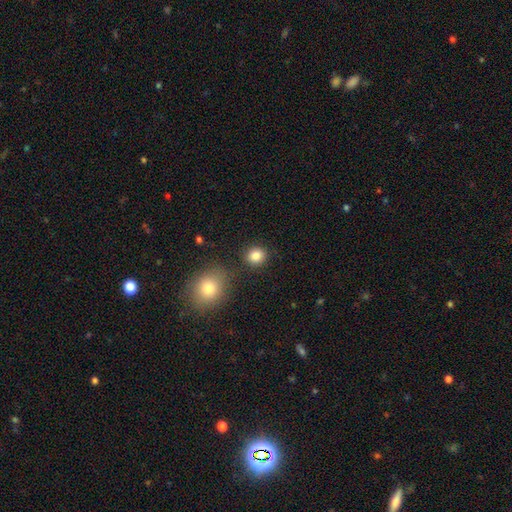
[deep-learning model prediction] Smooth or featured? smooth (85%)
How rounded? round (82%)
Merging? none (85%)